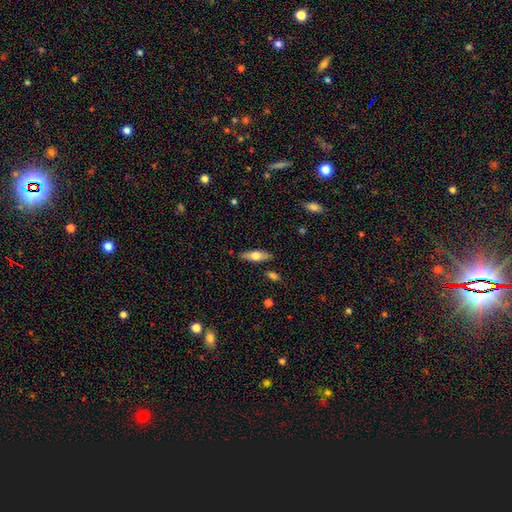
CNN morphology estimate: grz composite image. It shows a smooth galaxy with no disk features (59%) that is in between round and cigar-shaped (52%). Merging: none (84%).